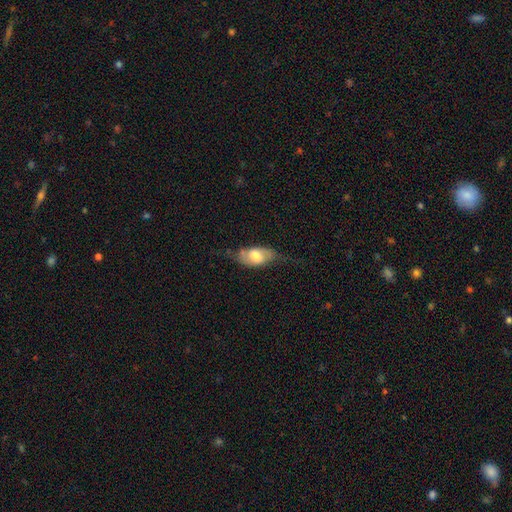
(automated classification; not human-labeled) A smooth galaxy with no disk features (52%) that is in between round and cigar-shaped (85%).

Vote fractions:
- Smooth or featured? smooth: 52% / featured or disk: 42% / star or artifact: 6%
- How rounded? in between: 85% / cigar-shaped: 9% / round: 6%
- Merging? none: 51% / minor disturbance: 28% / major disturbance: 19% / merger: 2%